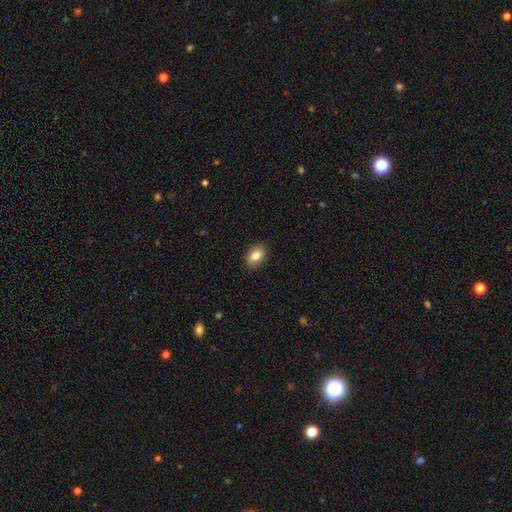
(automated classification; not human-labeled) The model was most divided on "how rounded": in between: 79%, round: 19%, cigar-shaped: 1%. More confident: merging — none (88%); smooth or featured — smooth (83%).